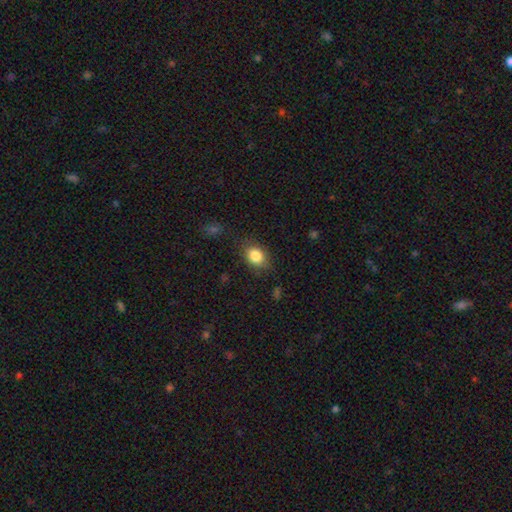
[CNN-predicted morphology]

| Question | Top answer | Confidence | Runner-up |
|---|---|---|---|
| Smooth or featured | smooth | 84% | star or artifact (9%) |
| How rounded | in between | 62% | round (37%) |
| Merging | none | 76% | minor disturbance (18%) |